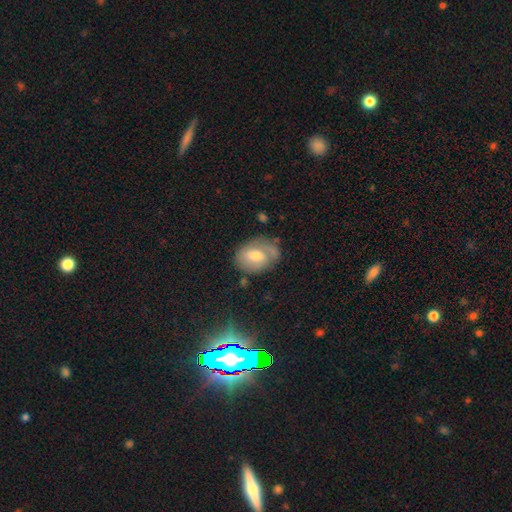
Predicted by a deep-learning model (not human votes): A smooth galaxy with no disk features (45%, tied with featured or disk). Merging: none (60%).